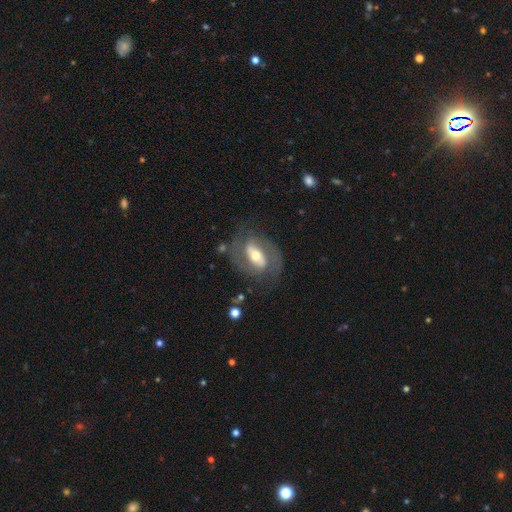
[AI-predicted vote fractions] Smooth or featured?
  - featured or disk: 77% *
  - smooth: 18%
  - star or artifact: 6%
Edge-on disk?
  - no: 94% *
  - yes: 6%
Bar?
  - strong: 43% *
  - weak: 34%
  - no: 24%
Spiral arms?
  - yes: 82% *
  - no: 18%
Spiral winding?
  - medium: 49% *
  - tight: 33%
  - loose: 18%
Spiral arm count?
  - 2: 84% *
  - can't tell: 8%
  - 1: 3%
  - 3: 2%
  - 4: 1%
  - more than 4: 1%
Bulge size?
  - moderate: 63% *
  - small: 23%
  - large: 11%
  - dominant: 1%
  - none: 1%
Merging?
  - none: 72% *
  - minor disturbance: 16%
  - major disturbance: 11%
  - merger: 2%